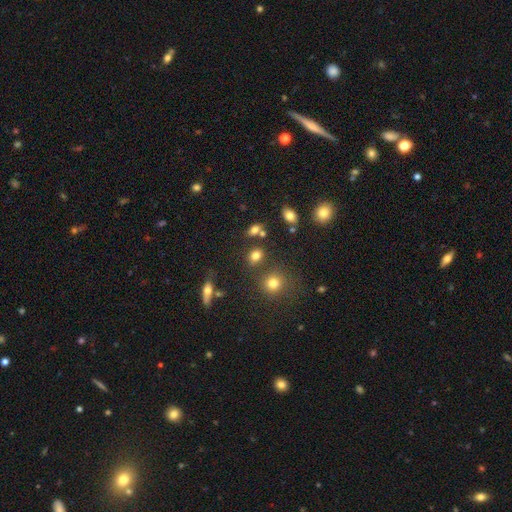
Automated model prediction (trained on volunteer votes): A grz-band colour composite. It shows a smooth galaxy with no disk features (77%) that is in between round and cigar-shaped (64%). Merging: none (71%).